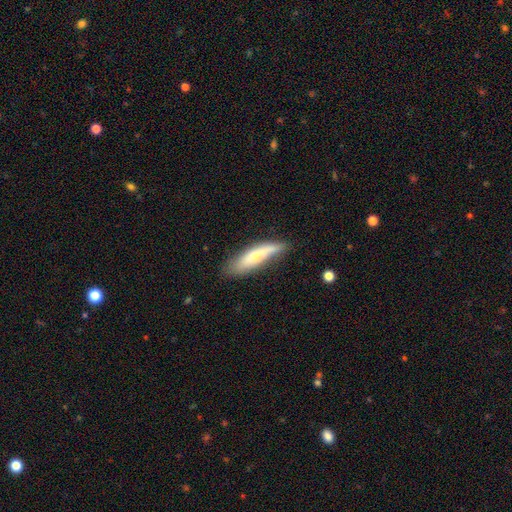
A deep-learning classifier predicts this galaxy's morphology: Smooth or featured?
  - smooth: 59% *
  - featured or disk: 34%
  - star or artifact: 6%
How rounded?
  - cigar-shaped: 73% *
  - in between: 25%
  - round: 2%
Merging?
  - none: 63% *
  - minor disturbance: 28%
  - major disturbance: 7%
  - merger: 3%